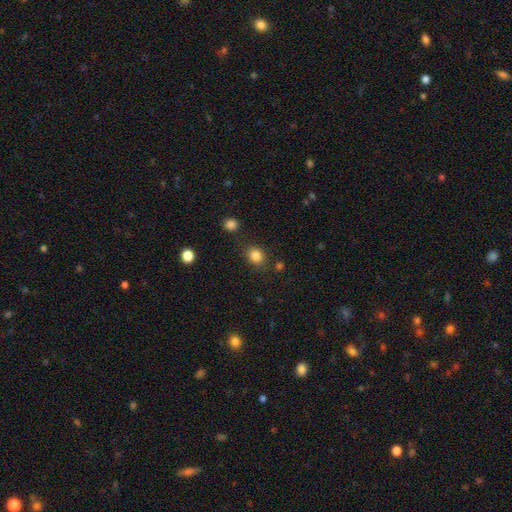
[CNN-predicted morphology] Smooth or featured? smooth (84%)
How rounded? round (58%)
Merging? none (81%)